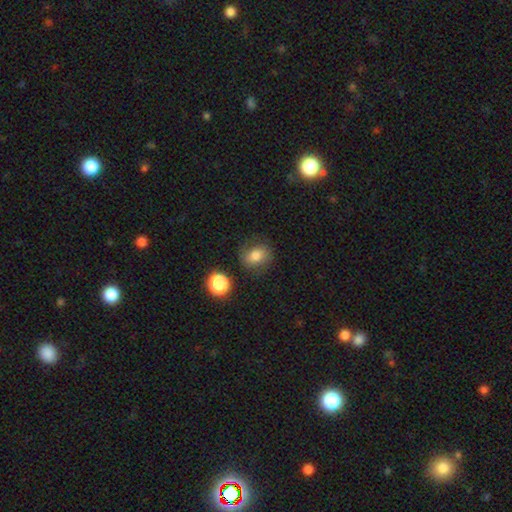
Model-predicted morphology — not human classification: A smooth galaxy with no disk features (75%) that is round (55%).

Vote fractions:
- Smooth or featured? smooth: 75% / featured or disk: 13% / star or artifact: 12%
- How rounded? round: 55% / in between: 44% / cigar-shaped: 1%
- Merging? none: 73% / minor disturbance: 17% / major disturbance: 7% / merger: 3%